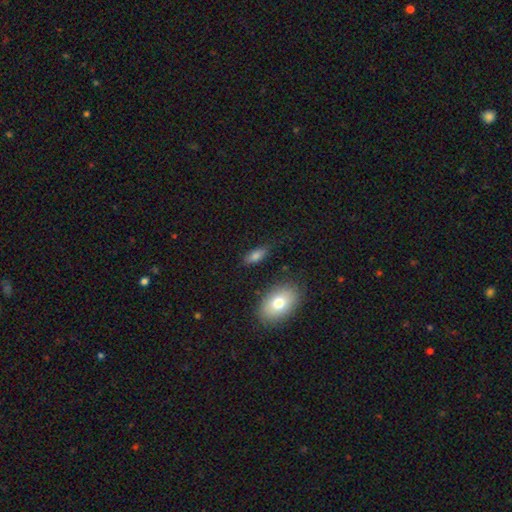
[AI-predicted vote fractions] This appears to be a smooth galaxy with no disk features (80%) that is in between round and cigar-shaped (83%). Merging: none (80%).